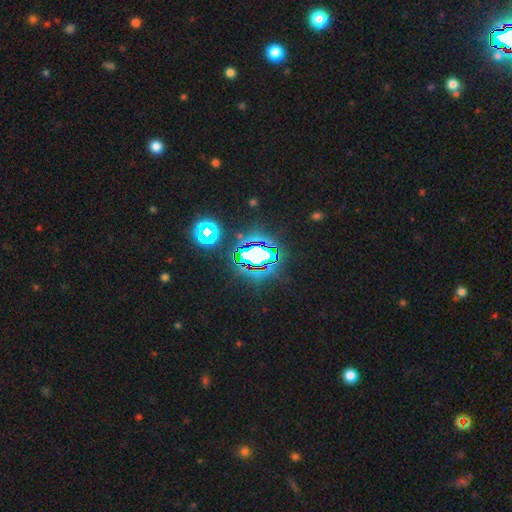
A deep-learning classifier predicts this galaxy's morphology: Smooth or featured? Predicted: star or artifact (p=0.69).